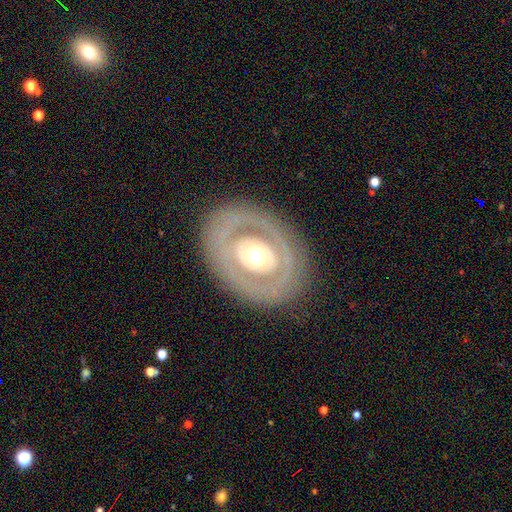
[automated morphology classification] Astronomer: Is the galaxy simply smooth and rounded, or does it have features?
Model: featured or disk — 66%.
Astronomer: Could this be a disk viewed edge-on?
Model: no — 93%.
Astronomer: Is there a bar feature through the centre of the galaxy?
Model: no — 85%.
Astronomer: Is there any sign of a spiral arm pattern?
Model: no — 85%.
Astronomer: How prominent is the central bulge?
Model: moderate — 59%.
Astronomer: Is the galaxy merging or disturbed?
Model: none — 81%.